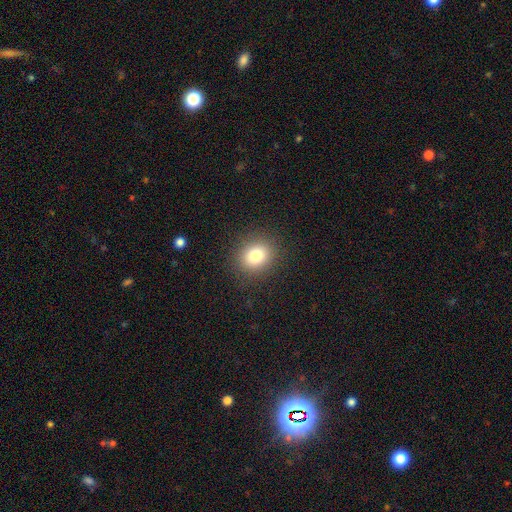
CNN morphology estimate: Overall: smooth (80%). How rounded: round (72%). Merging: none (89%).